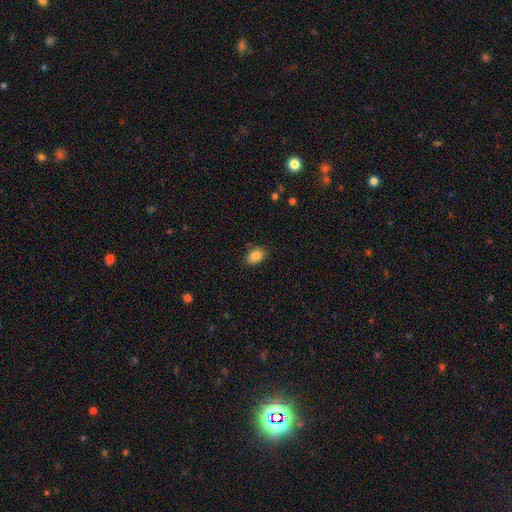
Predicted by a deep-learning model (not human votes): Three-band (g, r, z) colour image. It shows a smooth galaxy with no disk features (86%) that is in between round and cigar-shaped (77%). Merging: none (85%).